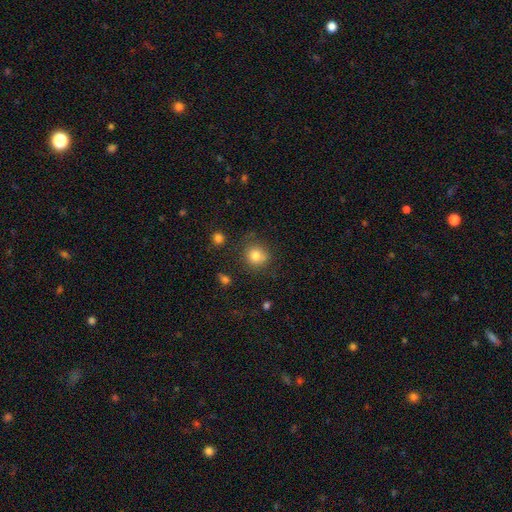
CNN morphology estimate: A smooth galaxy with no disk features (81%) that is round (85%). Merging: none (76%).